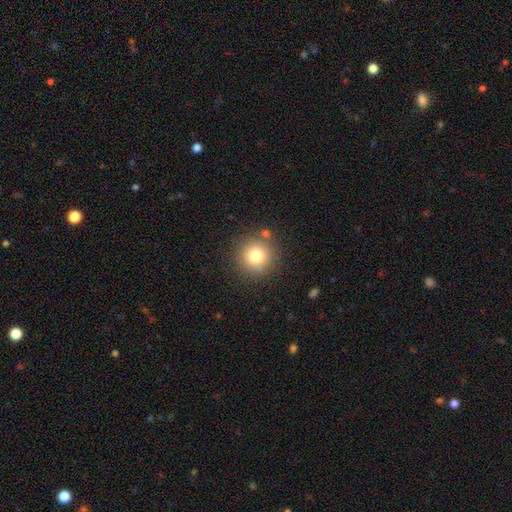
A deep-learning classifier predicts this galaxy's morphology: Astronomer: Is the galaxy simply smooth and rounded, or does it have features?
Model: smooth — 76%.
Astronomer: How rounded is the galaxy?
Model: round — 95%.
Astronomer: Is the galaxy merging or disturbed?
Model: none — 83%.